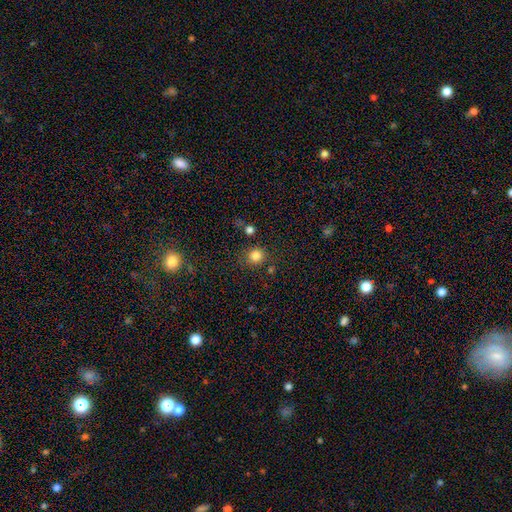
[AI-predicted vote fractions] smooth_or_featured: smooth (p=0.82) [alt: star or artifact p=0.13]
how_rounded: round (p=0.90) [alt: in between p=0.09]
merging: none (p=0.83) [alt: minor disturbance p=0.09]